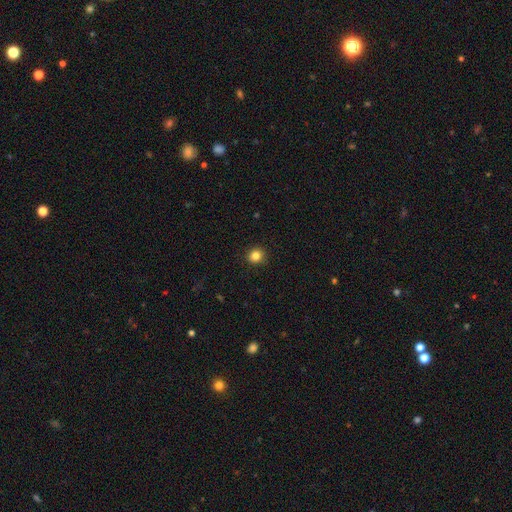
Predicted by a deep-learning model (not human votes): Q: Smooth or featured?
A: smooth (84%); runner-up: star or artifact (12%)
Q: How rounded?
A: round (87%); runner-up: in between (12%)
Q: Merging?
A: none (91%); runner-up: minor disturbance (6%)